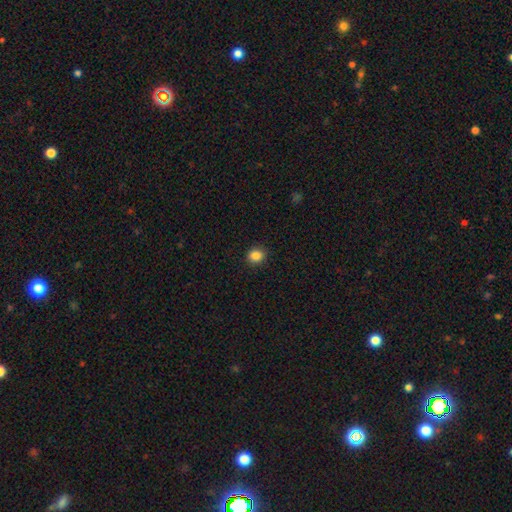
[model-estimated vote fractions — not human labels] Smooth or featured? smooth (86%)
How rounded? round (73%)
Merging? none (90%)